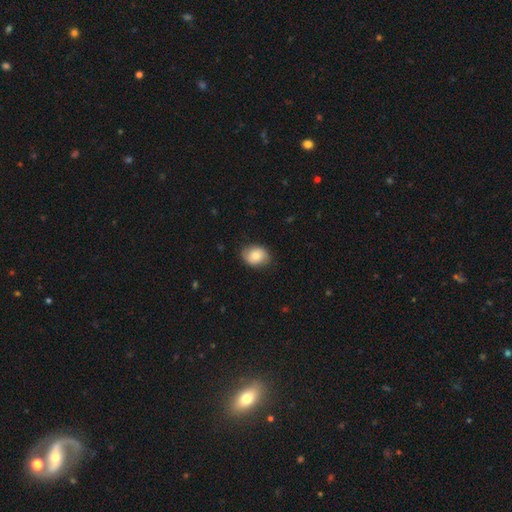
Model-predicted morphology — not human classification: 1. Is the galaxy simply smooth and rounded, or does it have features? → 78% smooth, 15% featured or disk, 7% star or artifact.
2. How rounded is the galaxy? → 59% in between, 40% round, 1% cigar-shaped.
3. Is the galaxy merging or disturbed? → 81% none, 15% minor disturbance, 3% major disturbance, 1% merger.